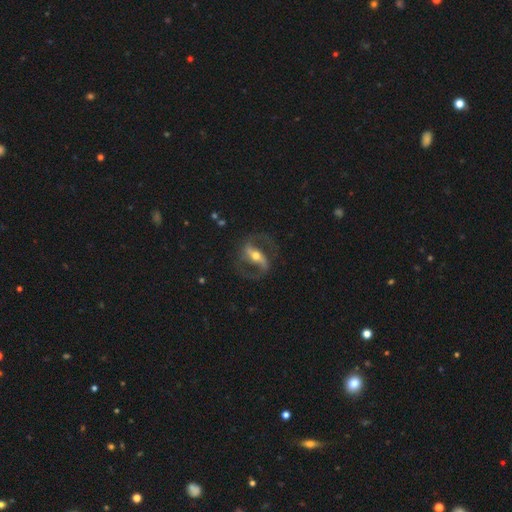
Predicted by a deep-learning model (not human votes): The model was most divided on "spiral winding": medium: 52%, loose: 35%, tight: 13%. More confident: edge-on disk — no (93%); spiral arm count — 2 (92%); spiral arms — yes (91%); smooth or featured — featured or disk (87%); merging — none (75%); bulge size — moderate (68%); bar — strong (62%).